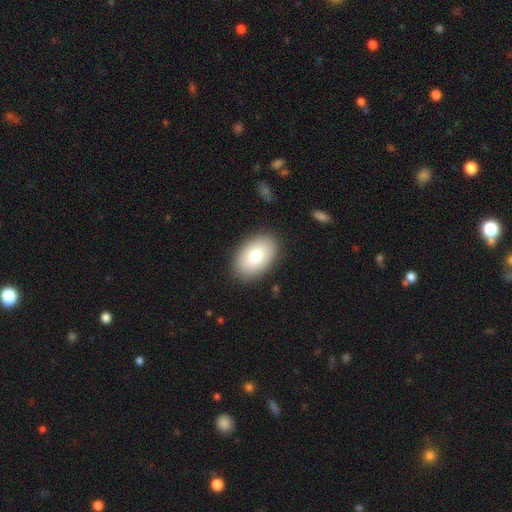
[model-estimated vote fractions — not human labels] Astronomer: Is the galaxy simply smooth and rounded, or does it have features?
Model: smooth — 79%.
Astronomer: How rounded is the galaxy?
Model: in between — 90%.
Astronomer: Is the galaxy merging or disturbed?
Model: none — 88%.